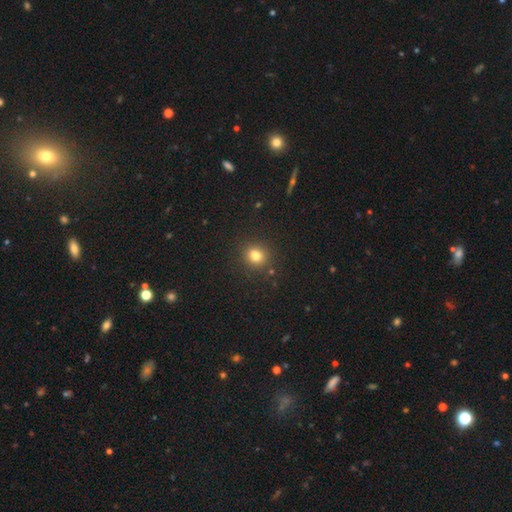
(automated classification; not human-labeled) smooth 78%, star or artifact 15%, featured or disk 7%. Down the decision tree: how rounded — round (81%); merging — none (86%).